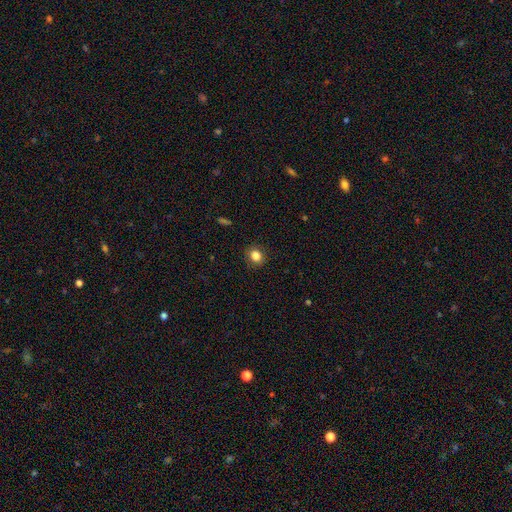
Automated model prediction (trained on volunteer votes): Morphology: type=smooth (84%); roundness=round (66%); merging=none (87%).